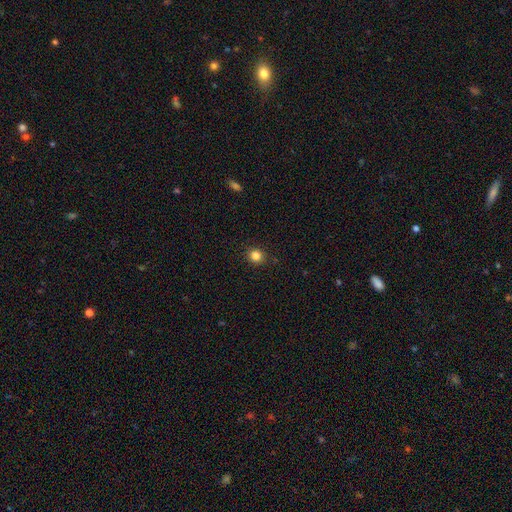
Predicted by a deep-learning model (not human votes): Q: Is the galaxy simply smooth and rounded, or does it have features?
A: smooth — 84%.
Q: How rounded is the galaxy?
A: round — 88%.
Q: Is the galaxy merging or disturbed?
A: none — 91%.